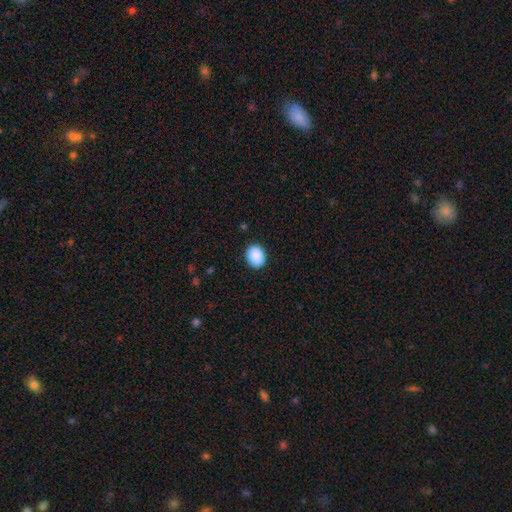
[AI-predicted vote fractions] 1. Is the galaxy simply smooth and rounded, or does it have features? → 89% smooth, 8% star or artifact, 3% featured or disk.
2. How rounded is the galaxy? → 57% in between, 42% round, 1% cigar-shaped.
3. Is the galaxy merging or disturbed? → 85% none, 11% minor disturbance, 2% major disturbance, 1% merger.